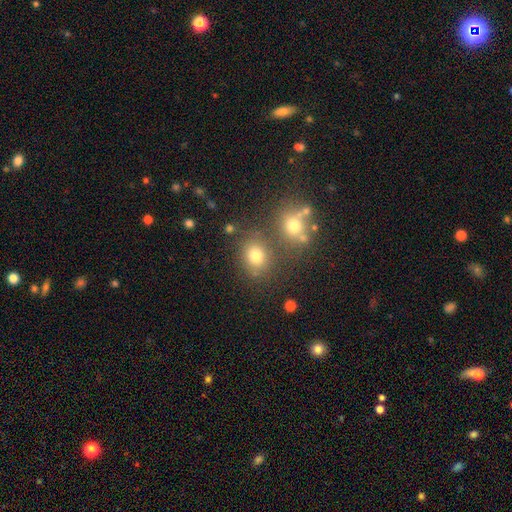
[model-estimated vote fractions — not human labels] Smooth or featured? smooth (74%)
How rounded? round (69%)
Merging? none (67%)